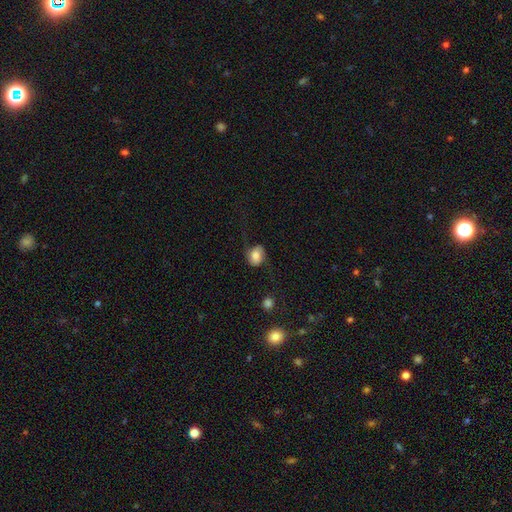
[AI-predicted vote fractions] Smooth or featured?
  - smooth: 61% *
  - featured or disk: 30%
  - star or artifact: 9%
How rounded?
  - in between: 53% *
  - round: 46%
  - cigar-shaped: 1%
Merging?
  - none: 57% *
  - minor disturbance: 24%
  - major disturbance: 17%
  - merger: 2%